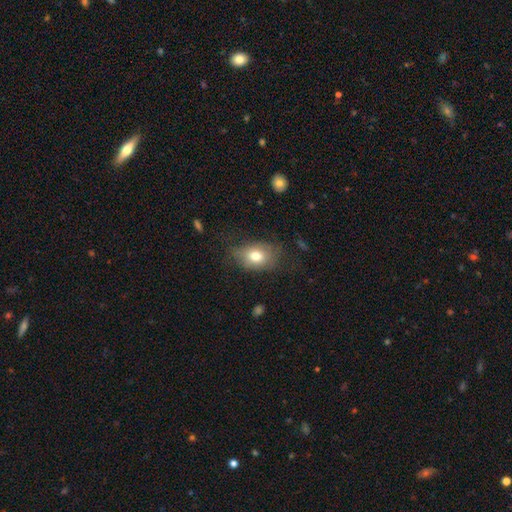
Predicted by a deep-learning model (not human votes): Smooth or featured: smooth — 75% (featured or disk — 15%)
How rounded: in between — 76% (round — 23%)
Merging: none — 60% (minor disturbance — 27%)